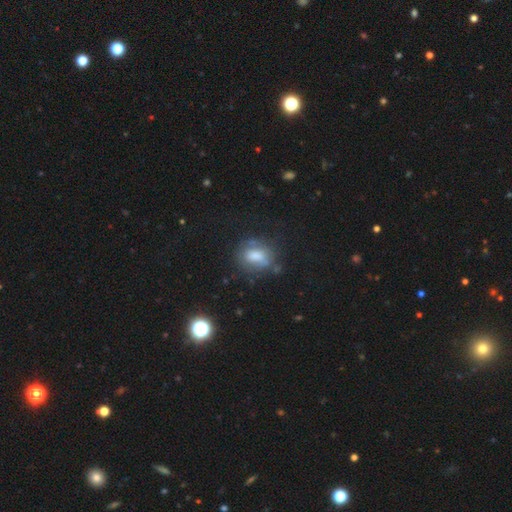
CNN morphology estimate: smooth 60%, featured or disk 25%, star or artifact 15%. Down the decision tree: how rounded — in between (64%); merging — none (63%).